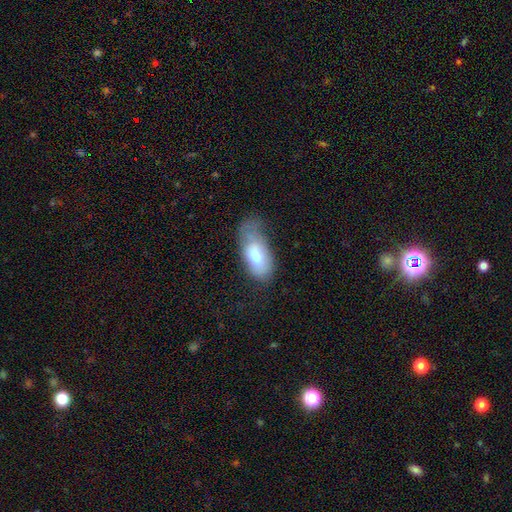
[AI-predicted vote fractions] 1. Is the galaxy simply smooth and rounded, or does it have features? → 70% smooth, 23% featured or disk, 7% star or artifact.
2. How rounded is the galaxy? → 90% in between, 8% cigar-shaped, 2% round.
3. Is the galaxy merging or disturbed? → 40% minor disturbance, 31% none, 27% major disturbance, 3% merger.